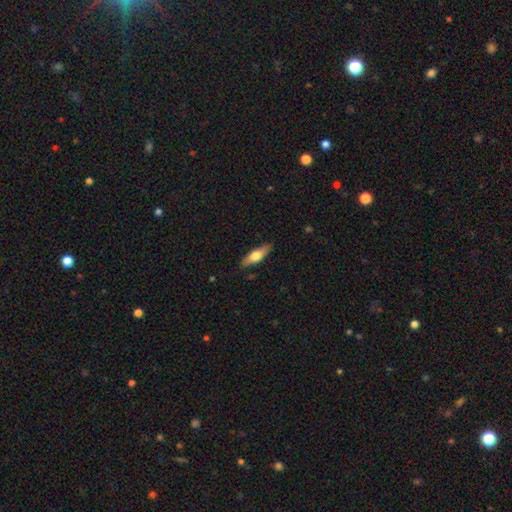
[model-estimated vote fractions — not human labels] This is possibly a smooth galaxy (58%). How rounded: possibly cigar-shaped (51%). Merging: clearly none (87%).